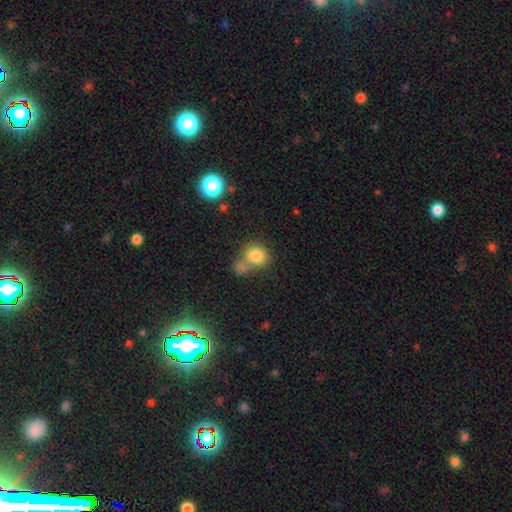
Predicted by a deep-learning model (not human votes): Q: Smooth or featured?
A: smooth (81%); runner-up: star or artifact (11%)
Q: How rounded?
A: round (73%); runner-up: in between (26%)
Q: Merging?
A: none (43%); runner-up: merger (41%)